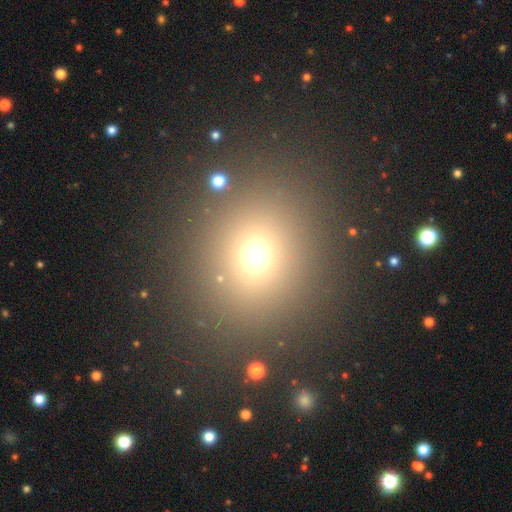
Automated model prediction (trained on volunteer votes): smooth-or-featured: smooth: 65% | star or artifact: 27% | featured or disk: 8%
  how-rounded: round: 82% | in between: 17% | cigar-shaped: 1%
  merging: none: 87% | minor disturbance: 6% | major disturbance: 4% | merger: 3%